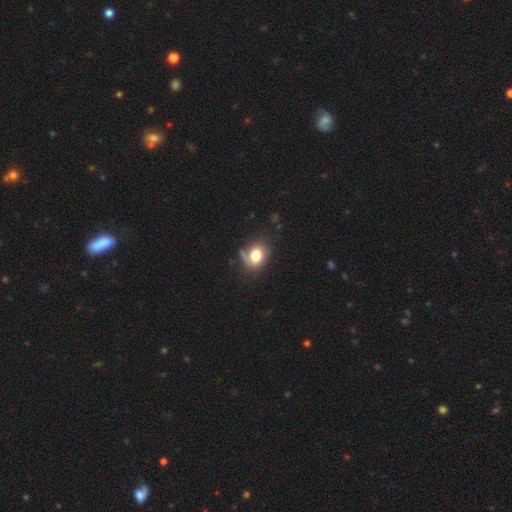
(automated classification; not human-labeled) Smooth or featured? Predicted: smooth (p=0.74). How rounded? Predicted: round (p=0.53). Merging? Predicted: none (p=0.56).